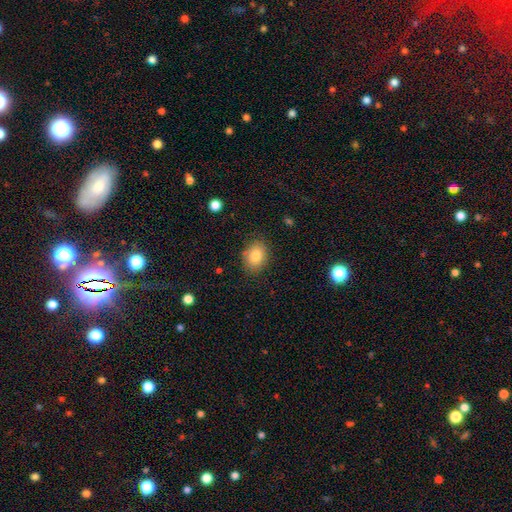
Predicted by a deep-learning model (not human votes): The model was most divided on "how rounded": in between: 62%, round: 37%, cigar-shaped: 1%. More confident: merging — none (84%); smooth or featured — smooth (83%).